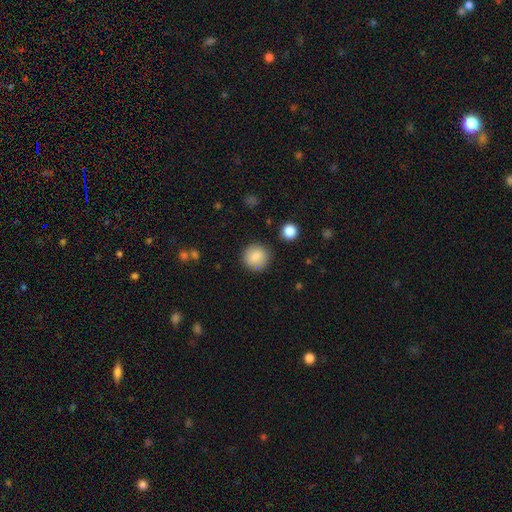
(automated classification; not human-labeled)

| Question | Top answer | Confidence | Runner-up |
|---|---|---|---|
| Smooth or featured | smooth | 85% | star or artifact (8%) |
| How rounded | round | 92% | in between (7%) |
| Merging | none | 87% | minor disturbance (8%) |